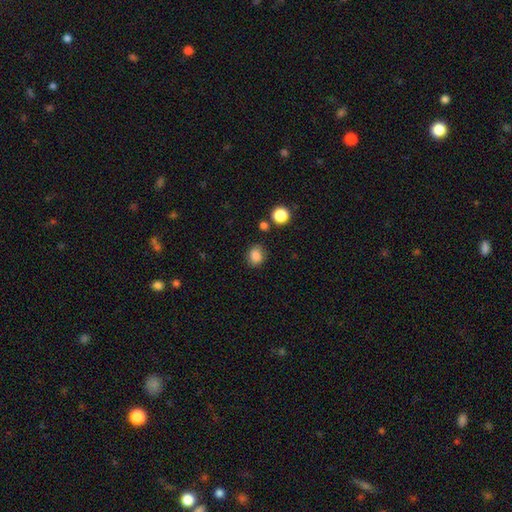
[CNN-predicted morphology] Smooth or featured: smooth — 85% (star or artifact — 11%)
How rounded: round — 56% (in between — 43%)
Merging: none — 80% (minor disturbance — 14%)